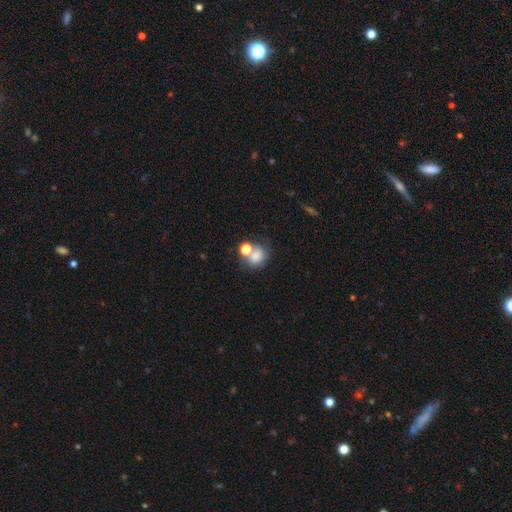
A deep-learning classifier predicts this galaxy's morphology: smooth 75%, star or artifact 13%, featured or disk 12%. Down the decision tree: how rounded — round (53%); merging — none (39%, tied with merger).